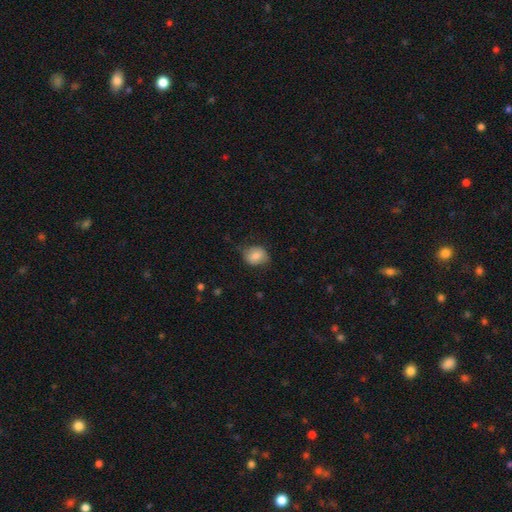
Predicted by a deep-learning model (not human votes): Overall: smooth (81%). How rounded: round (53%; in between 46%). Merging: none (68%).